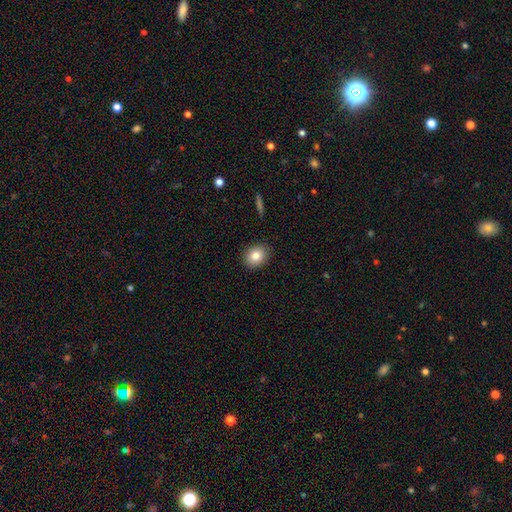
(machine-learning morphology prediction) Overall: smooth (82%). How rounded: in between (50%; round 49%). Merging: none (89%).